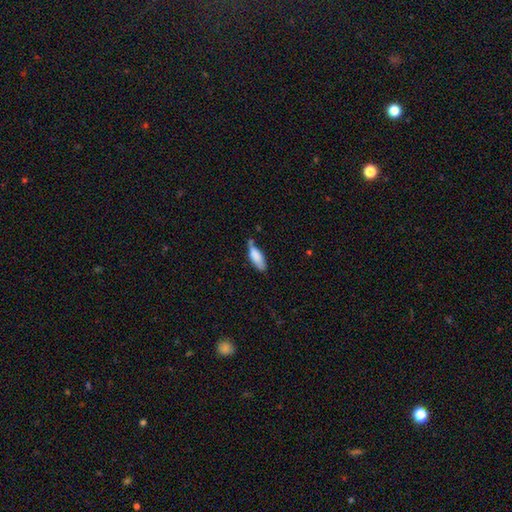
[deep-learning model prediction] This appears to be a smooth galaxy with no disk features (83%) that is in between round and cigar-shaped (69%). Merging: none (47%).